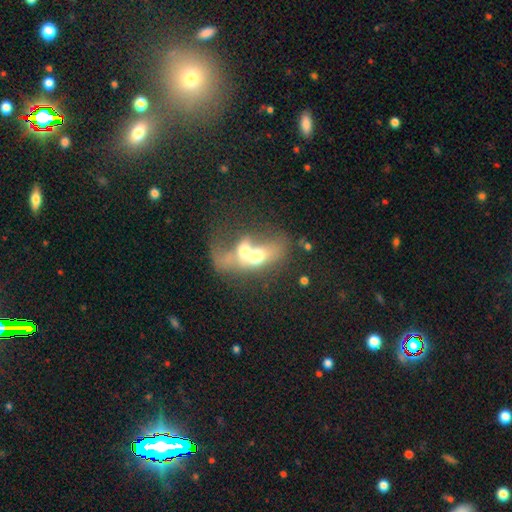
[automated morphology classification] smooth 50%, featured or disk 39%, star or artifact 10%. Down the decision tree: how rounded — in between (67%); merging — merger (78%).